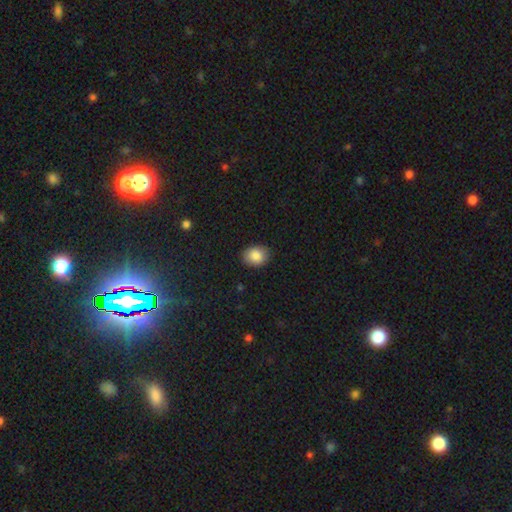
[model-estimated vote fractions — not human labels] smooth 86%, star or artifact 8%, featured or disk 5%. Down the decision tree: how rounded — in between (54%); merging — none (87%).